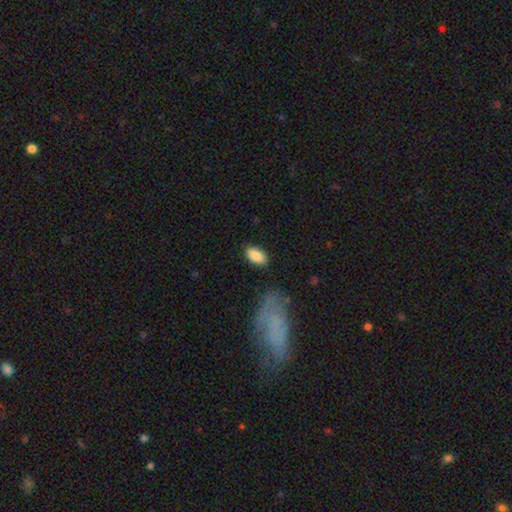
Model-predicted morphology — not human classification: A smooth galaxy with no disk features (88%) that is in between round and cigar-shaped (93%). Merging: none (84%).